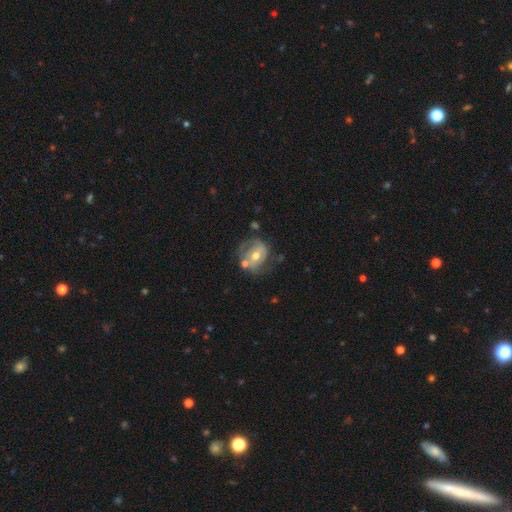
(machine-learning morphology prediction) featured or disk 70%, smooth 24%, star or artifact 7%. Down the decision tree: edge-on disk — no (97%); bar — no (52%); spiral arms — yes (71%); bulge size — moderate (75%); merging — none (50%).